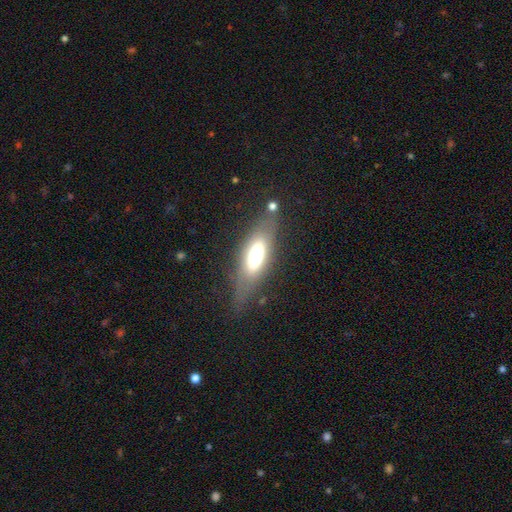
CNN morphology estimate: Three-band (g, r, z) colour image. It shows a smooth galaxy with no disk features (52%) that is in between round and cigar-shaped (61%). Merging: none (70%).